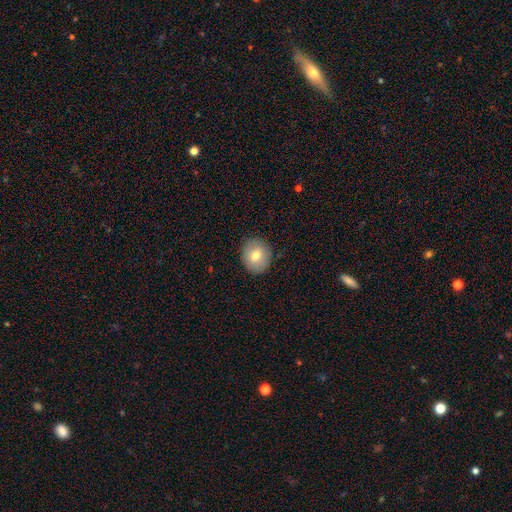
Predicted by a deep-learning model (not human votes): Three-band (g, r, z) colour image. It shows a smooth galaxy with no disk features (74%) that is round (76%). Merging: none (89%).